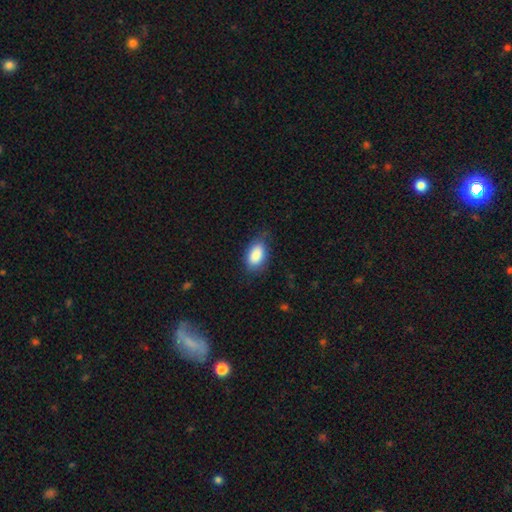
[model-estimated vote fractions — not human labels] Overall: smooth (88%). How rounded: in between (92%). Merging: none (74%).